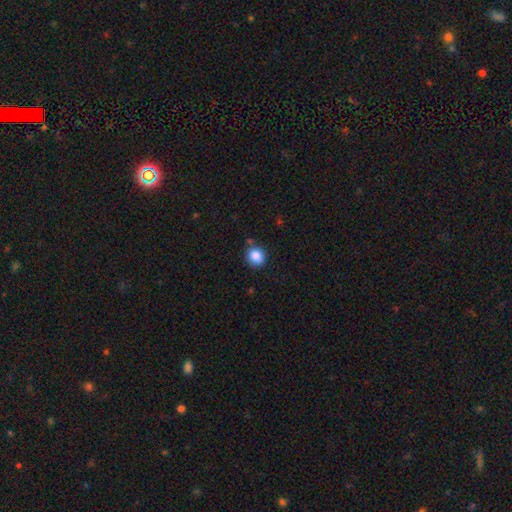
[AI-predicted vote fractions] Smooth or featured: smooth — 86% (star or artifact — 9%)
How rounded: round — 80% (in between — 19%)
Merging: none — 78% (minor disturbance — 14%)